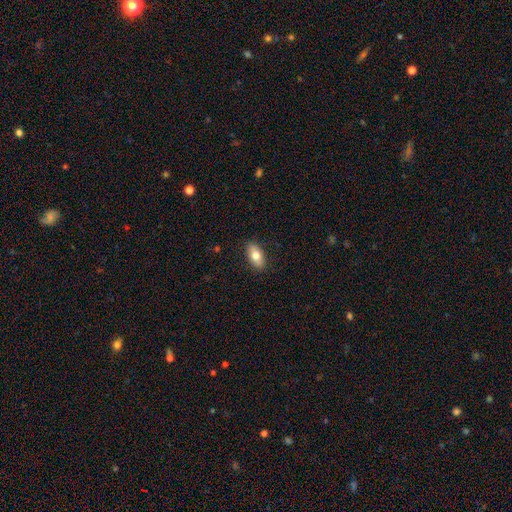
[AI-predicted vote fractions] This appears to be a smooth galaxy with no disk features (77%) that is in between round and cigar-shaped (90%). Merging: none (88%).